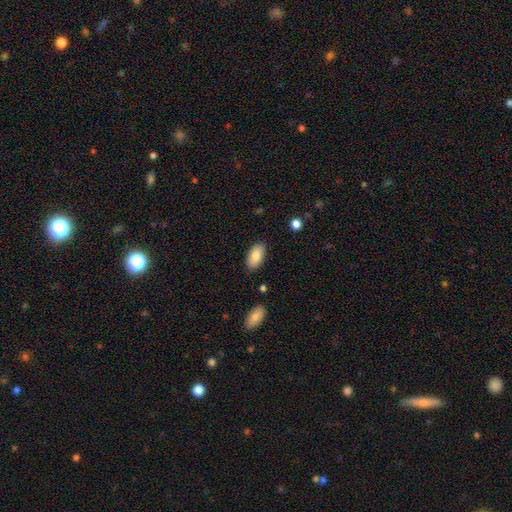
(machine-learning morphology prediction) Smooth or featured? Predicted: smooth (p=0.83). How rounded? Predicted: in between (p=0.94). Merging? Predicted: none (p=0.85).